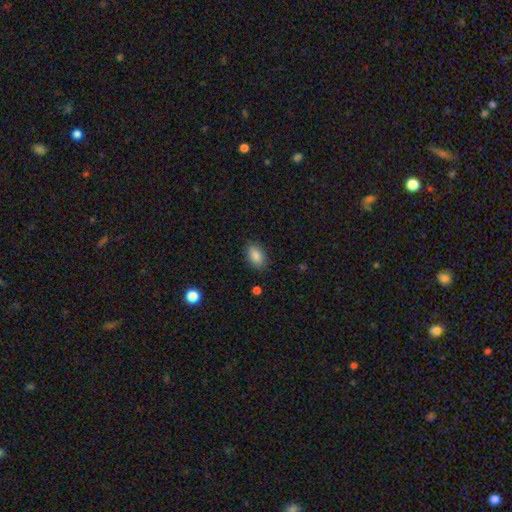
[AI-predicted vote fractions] Smooth or featured: smooth — 87% (star or artifact — 8%)
How rounded: in between — 87% (round — 11%)
Merging: none — 85% (minor disturbance — 11%)